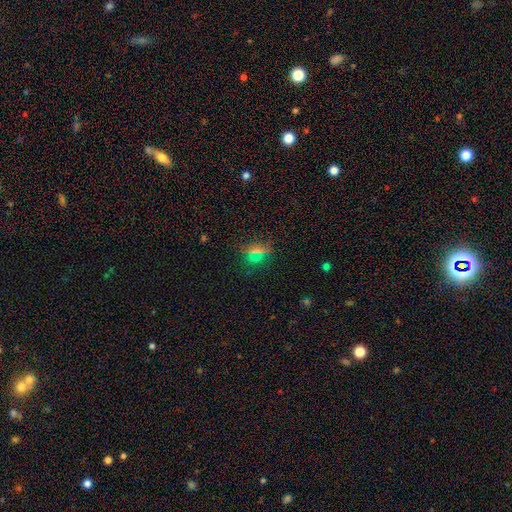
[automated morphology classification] A smooth galaxy with no disk features (58%) that is round (63%). Merging: none (84%).